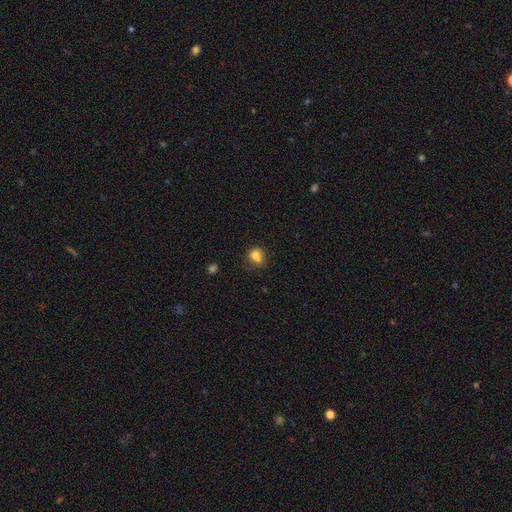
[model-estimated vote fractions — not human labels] This is likely a smooth galaxy (78%). How rounded: likely round (67%). Merging: possibly none (55%).